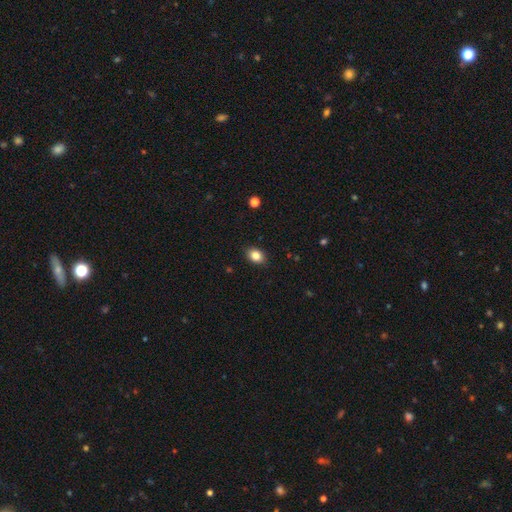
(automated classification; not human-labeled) This is clearly a smooth galaxy (85%). How rounded: likely in between (72%). Merging: clearly none (88%).